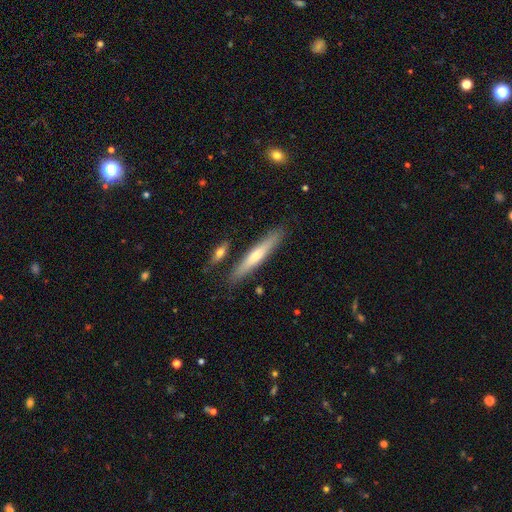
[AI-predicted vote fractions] Q: Smooth or featured?
A: smooth (48%); runner-up: featured or disk (46%)
Q: Merging?
A: none (86%); runner-up: minor disturbance (9%)